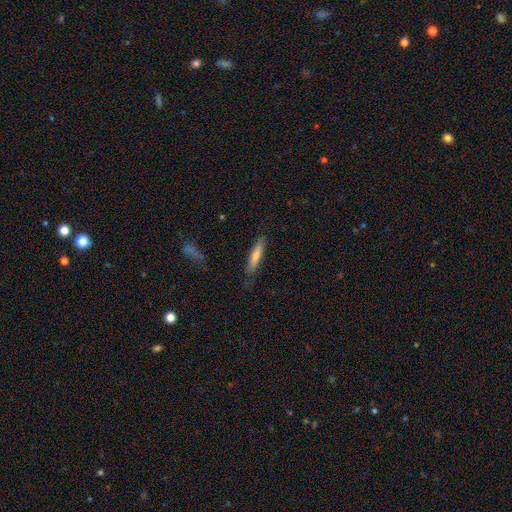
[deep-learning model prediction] Smooth or featured? Predicted: smooth (p=0.68). How rounded? Predicted: cigar-shaped (p=0.87). Merging? Predicted: none (p=0.81).